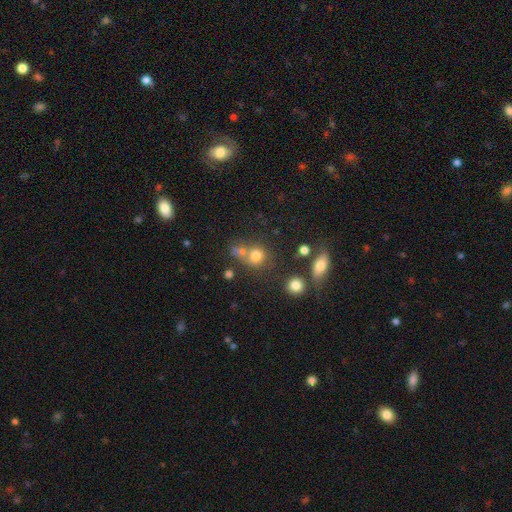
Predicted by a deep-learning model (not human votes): smooth-or-featured: smooth: 74% | star or artifact: 15% | featured or disk: 10%
  how-rounded: round: 80% | in between: 19% | cigar-shaped: 1%
  merging: none: 49% | merger: 34% | minor disturbance: 11% | major disturbance: 6%